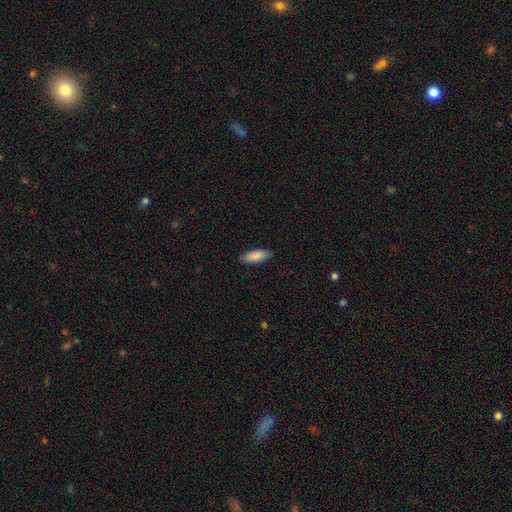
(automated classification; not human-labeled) smooth-or-featured: smooth: 87% | featured or disk: 7% | star or artifact: 6%
  how-rounded: in between: 67% | cigar-shaped: 31% | round: 2%
  merging: none: 89% | minor disturbance: 9% | major disturbance: 2% | merger: 1%